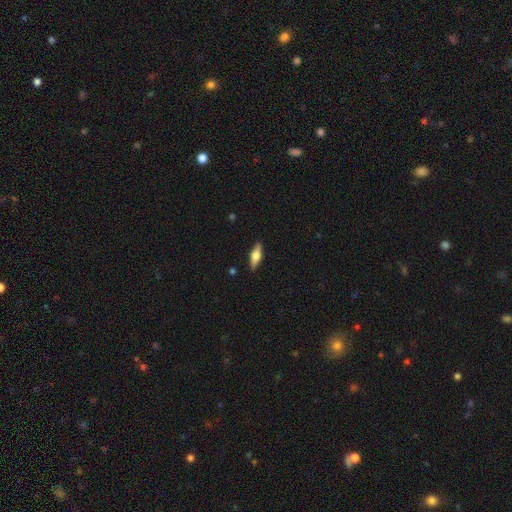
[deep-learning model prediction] Smooth or featured?
  - smooth: 54% *
  - featured or disk: 40%
  - star or artifact: 6%
How rounded?
  - in between: 54% *
  - cigar-shaped: 43%
  - round: 3%
Merging?
  - none: 88% *
  - minor disturbance: 9%
  - major disturbance: 2%
  - merger: 1%